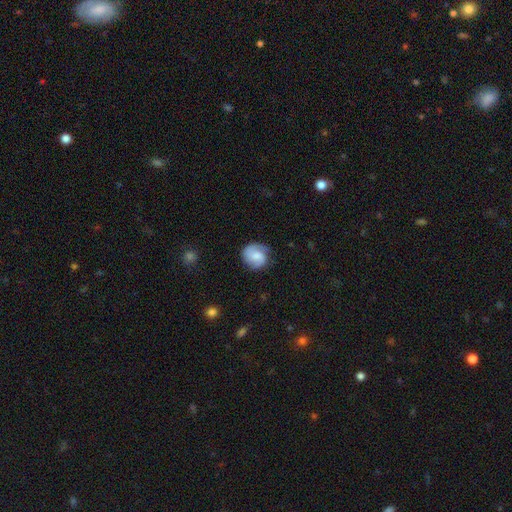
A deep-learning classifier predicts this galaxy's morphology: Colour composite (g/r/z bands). It shows a featured or disk galaxy (49%). Merging: none (71%).